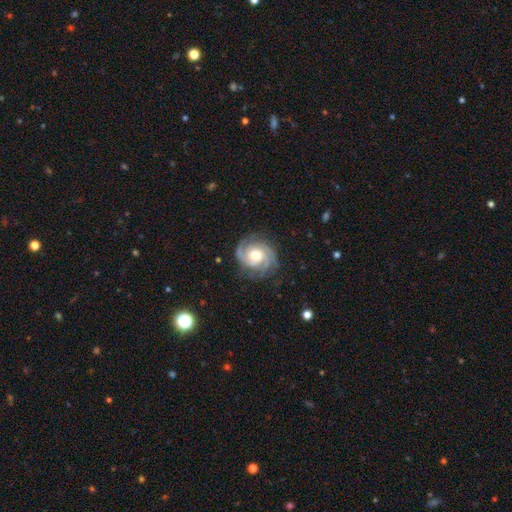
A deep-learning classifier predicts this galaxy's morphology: featured or disk 89%, smooth 6%, star or artifact 5%. Down the decision tree: edge-on disk — no (98%); bar — no (69%); spiral arms — yes (98%); spiral arm count — 2 (39%); spiral winding — tight (63%); bulge size — moderate (69%); merging — none (79%).